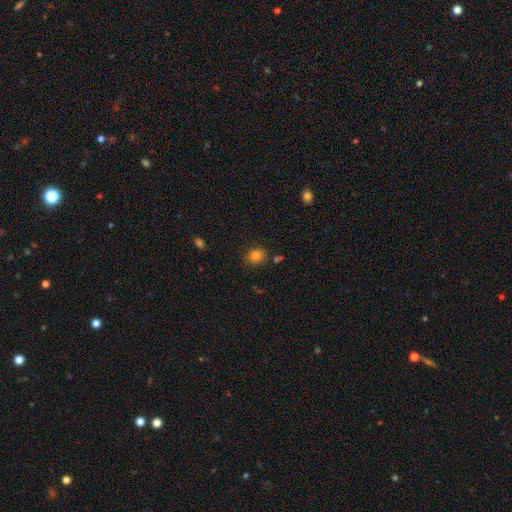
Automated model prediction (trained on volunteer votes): A smooth galaxy with no disk features (82%) that is round (68%).

Vote fractions:
- Smooth or featured? smooth: 82% / star or artifact: 13% / featured or disk: 5%
- How rounded? round: 68% / in between: 31% / cigar-shaped: 1%
- Merging? none: 79% / minor disturbance: 13% / merger: 5% / major disturbance: 4%